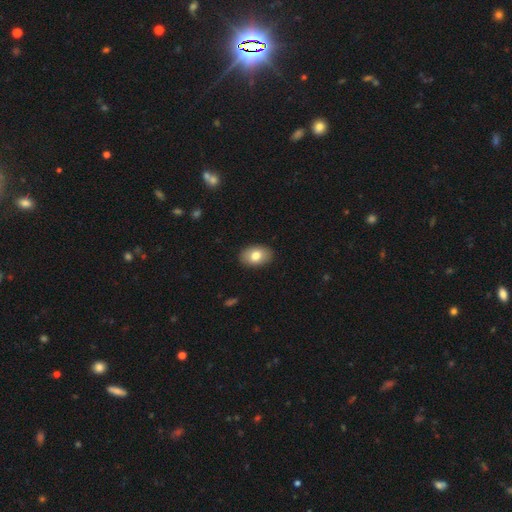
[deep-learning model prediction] A smooth galaxy with no disk features (78%) that is in between round and cigar-shaped (87%).

Vote fractions:
- Smooth or featured? smooth: 78% / featured or disk: 14% / star or artifact: 7%
- How rounded? in between: 87% / round: 11% / cigar-shaped: 1%
- Merging? none: 89% / minor disturbance: 8% / major disturbance: 2% / merger: 1%